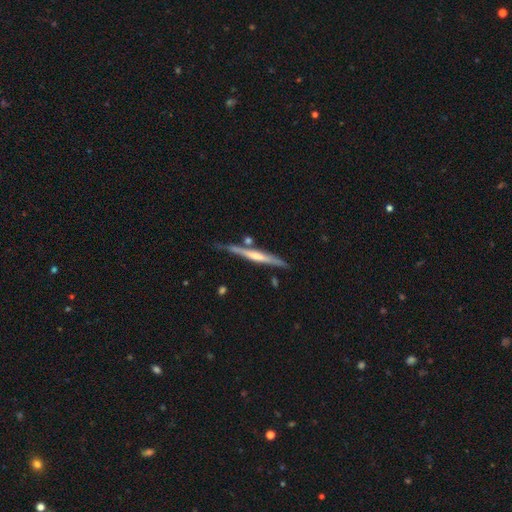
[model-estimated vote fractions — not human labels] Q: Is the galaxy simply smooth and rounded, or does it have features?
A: featured or disk — 65%.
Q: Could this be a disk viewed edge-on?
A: yes — 96%.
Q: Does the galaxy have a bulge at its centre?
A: rounded — 47%.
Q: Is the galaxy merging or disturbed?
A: none — 75%.